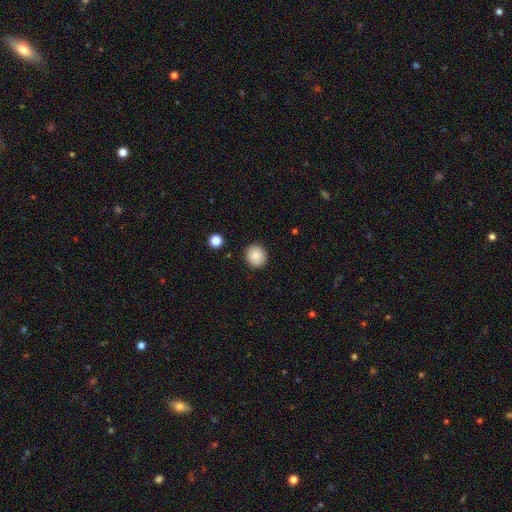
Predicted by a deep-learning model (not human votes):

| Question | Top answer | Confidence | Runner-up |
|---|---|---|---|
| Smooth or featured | smooth | 86% | star or artifact (8%) |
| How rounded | round | 87% | in between (12%) |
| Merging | none | 91% | minor disturbance (6%) |